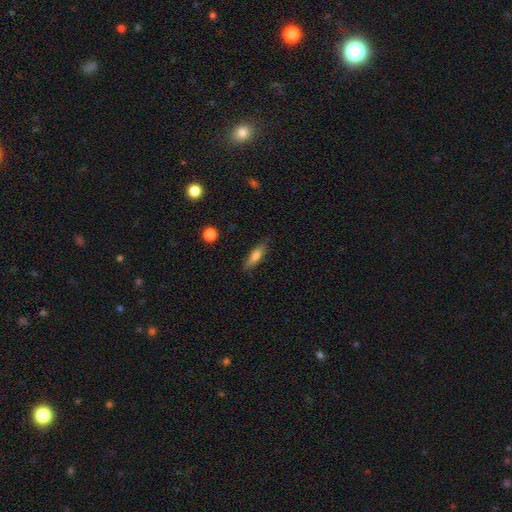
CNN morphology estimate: Q: Smooth or featured?
A: smooth (74%); runner-up: featured or disk (19%)
Q: How rounded?
A: cigar-shaped (53%); runner-up: in between (44%)
Q: Merging?
A: none (81%); runner-up: minor disturbance (14%)